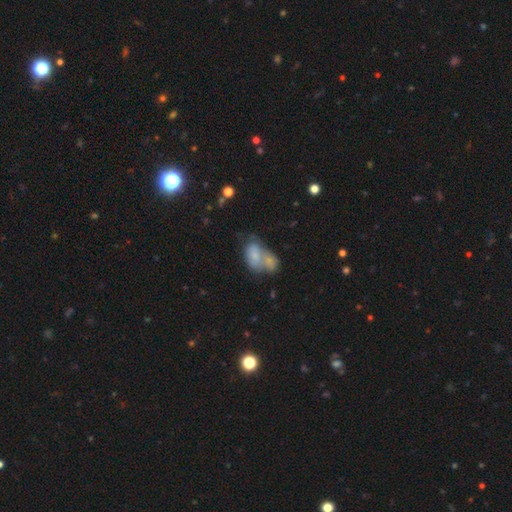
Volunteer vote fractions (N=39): Smooth or featured: smooth — 79% (featured or disk — 13%)
How rounded: in between — 94% (round — 6%)
Merging: merger — 61% (none — 22%)